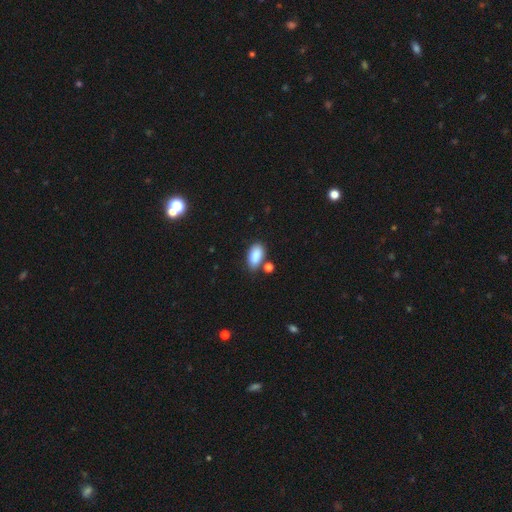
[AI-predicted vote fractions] Q: Smooth or featured?
A: smooth (87%); runner-up: star or artifact (7%)
Q: How rounded?
A: in between (93%); runner-up: round (4%)
Q: Merging?
A: none (69%); runner-up: minor disturbance (15%)